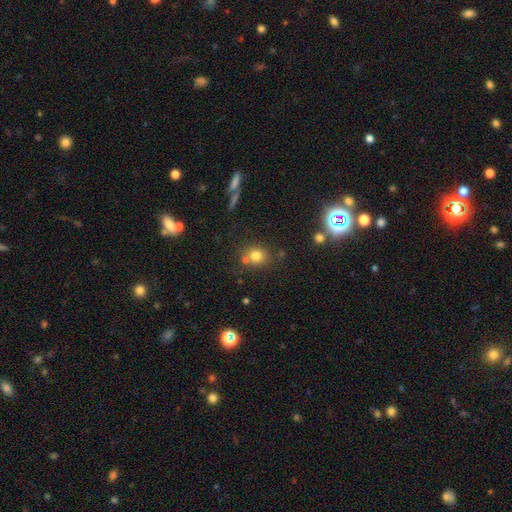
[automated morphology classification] smooth-or-featured: smooth: 76% | star or artifact: 15% | featured or disk: 9%
  how-rounded: round: 77% | in between: 22% | cigar-shaped: 1%
  merging: none: 67% | merger: 18% | minor disturbance: 11% | major disturbance: 4%